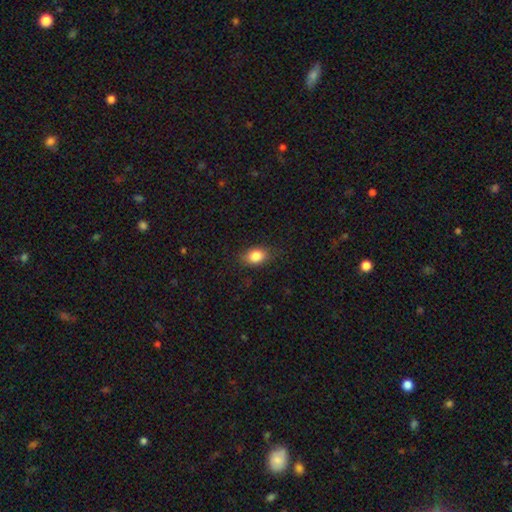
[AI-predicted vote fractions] Smooth or featured?
  - smooth: 84% *
  - star or artifact: 9%
  - featured or disk: 7%
How rounded?
  - in between: 73% *
  - round: 26%
  - cigar-shaped: 2%
Merging?
  - none: 82% *
  - minor disturbance: 14%
  - major disturbance: 3%
  - merger: 1%